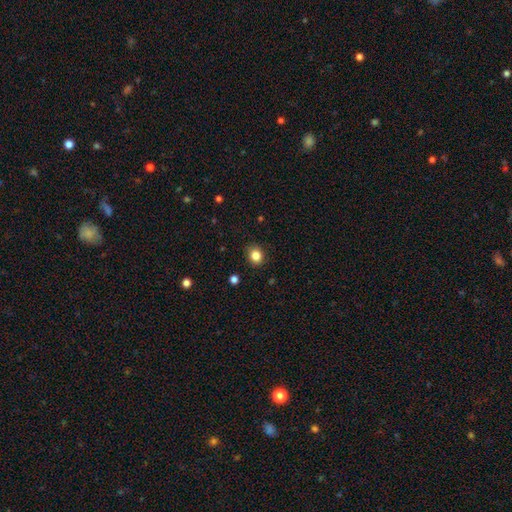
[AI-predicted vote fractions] Smooth or featured?
  - smooth: 84% *
  - star or artifact: 11%
  - featured or disk: 5%
How rounded?
  - round: 70% *
  - in between: 30%
  - cigar-shaped: 1%
Merging?
  - none: 88% *
  - minor disturbance: 9%
  - major disturbance: 2%
  - merger: 1%